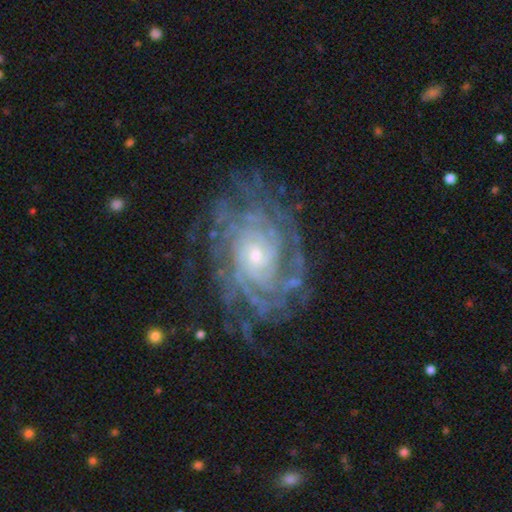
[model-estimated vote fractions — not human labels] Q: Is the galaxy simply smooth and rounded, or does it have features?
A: featured or disk — 89%.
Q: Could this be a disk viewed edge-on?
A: no — 97%.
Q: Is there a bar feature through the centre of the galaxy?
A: no — 75%.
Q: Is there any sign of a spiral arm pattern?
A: yes — 96%.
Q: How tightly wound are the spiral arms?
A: tight — 76%.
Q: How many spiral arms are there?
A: can't tell — 31%.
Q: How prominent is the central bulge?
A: small — 69%.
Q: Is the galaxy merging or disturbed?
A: none — 75%.